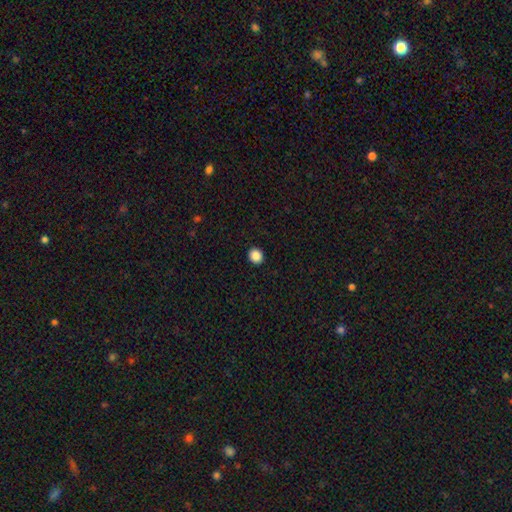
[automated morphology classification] Overall: smooth (88%). How rounded: round (77%). Merging: none (92%).